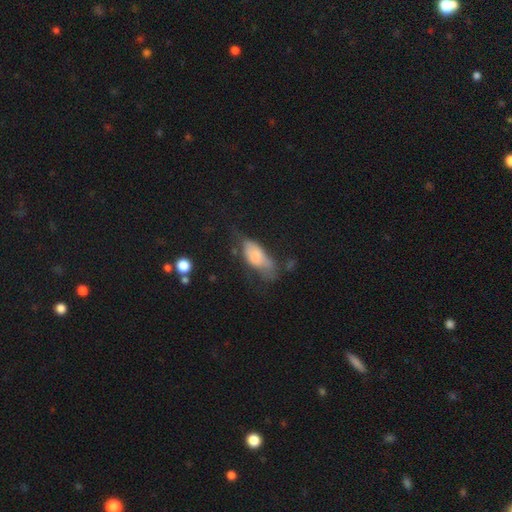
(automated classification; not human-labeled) Q: Smooth or featured?
A: smooth (66%); runner-up: featured or disk (25%)
Q: How rounded?
A: in between (83%); runner-up: cigar-shaped (13%)
Q: Merging?
A: major disturbance (34%); runner-up: minor disturbance (32%)